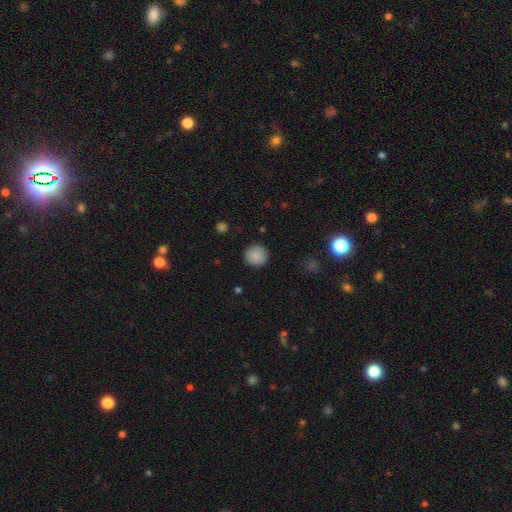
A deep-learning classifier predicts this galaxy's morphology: Smooth or featured: smooth — 88% (star or artifact — 8%)
How rounded: round — 94% (in between — 5%)
Merging: none — 90% (minor disturbance — 6%)